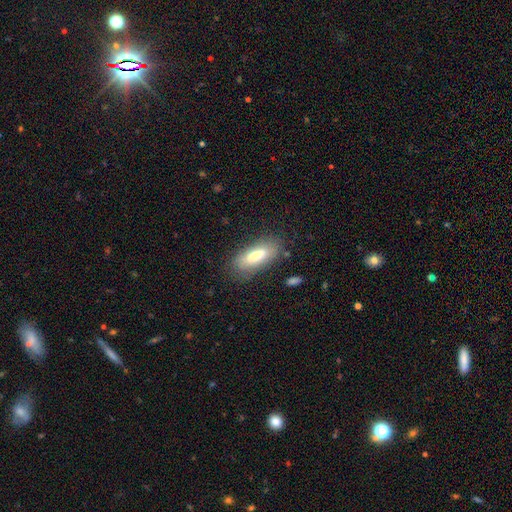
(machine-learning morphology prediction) This appears to be a smooth galaxy with no disk features (76%) that is in between round and cigar-shaped (70%). Merging: none (78%).